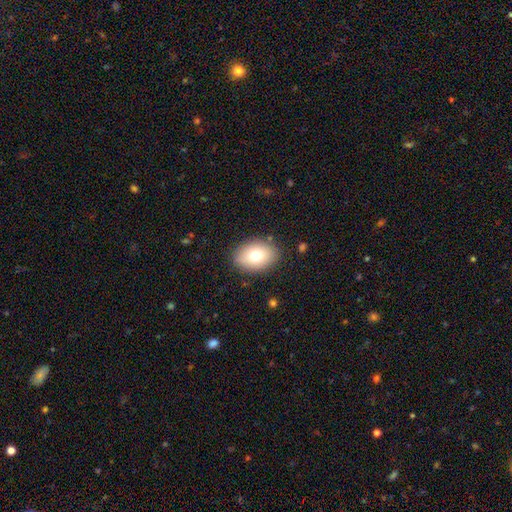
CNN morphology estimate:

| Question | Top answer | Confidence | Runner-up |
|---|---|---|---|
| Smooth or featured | smooth | 74% | featured or disk (17%) |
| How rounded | in between | 78% | round (21%) |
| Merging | none | 85% | minor disturbance (10%) |